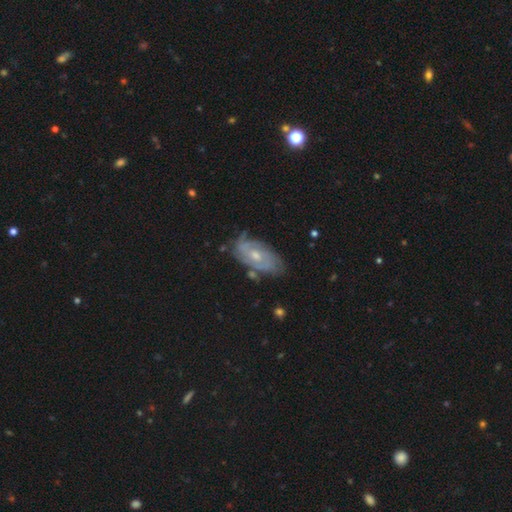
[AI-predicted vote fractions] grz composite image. It shows a featured or disk galaxy (75%) with no bar (68%), tight (61%) spiral arms (87%) and a moderate central bulge (53%). Merging: none (70%).